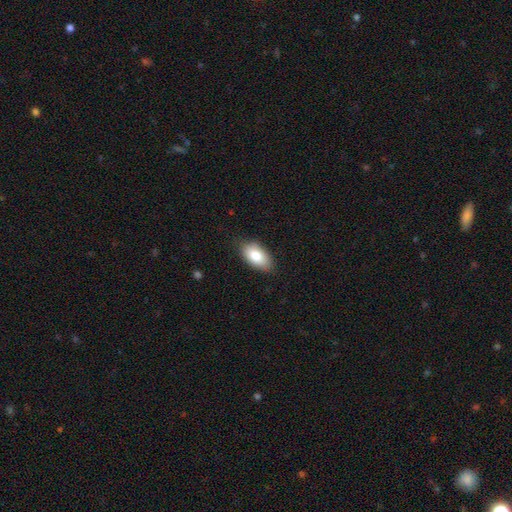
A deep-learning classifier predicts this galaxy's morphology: The model was most divided on "merging": none: 81%, minor disturbance: 15%, major disturbance: 3%, merger: 1%. More confident: how rounded — in between (94%); smooth or featured — smooth (84%).